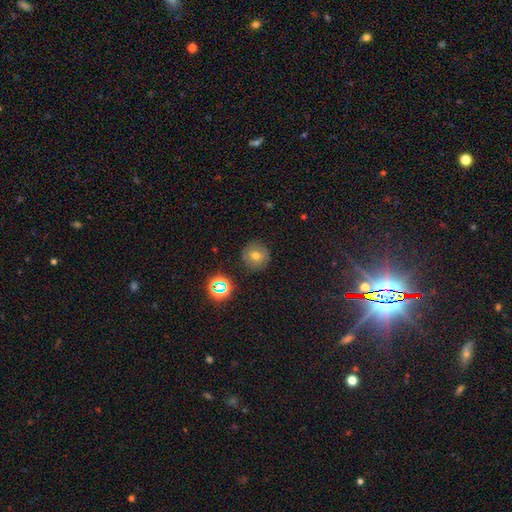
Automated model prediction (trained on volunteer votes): Smooth or featured? Predicted: smooth (p=0.61). How rounded? Predicted: round (p=0.93). Merging? Predicted: none (p=0.86).